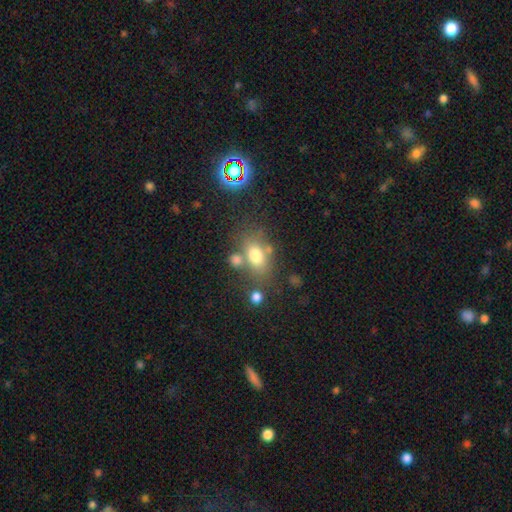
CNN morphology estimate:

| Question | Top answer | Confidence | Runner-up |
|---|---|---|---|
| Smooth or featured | smooth | 72% | featured or disk (16%) |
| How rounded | in between | 73% | round (23%) |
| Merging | none | 59% | merger (17%) |